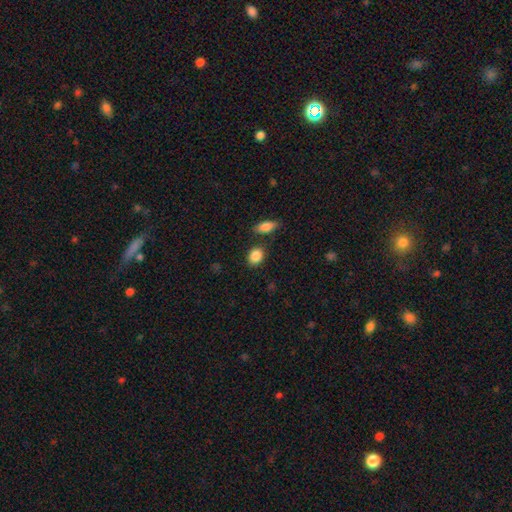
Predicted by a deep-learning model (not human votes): A smooth galaxy with no disk features (88%) that is in between round and cigar-shaped (55%).

Vote fractions:
- Smooth or featured? smooth: 88% / star or artifact: 8% / featured or disk: 4%
- How rounded? in between: 55% / round: 43% / cigar-shaped: 2%
- Merging? none: 79% / minor disturbance: 11% / merger: 7% / major disturbance: 3%